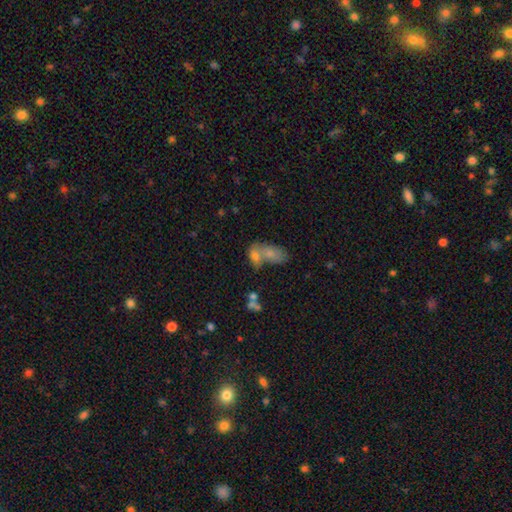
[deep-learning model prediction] This appears to be a smooth galaxy with no disk features (70%) that is in between round and cigar-shaped (82%). Merging: merger (66%).